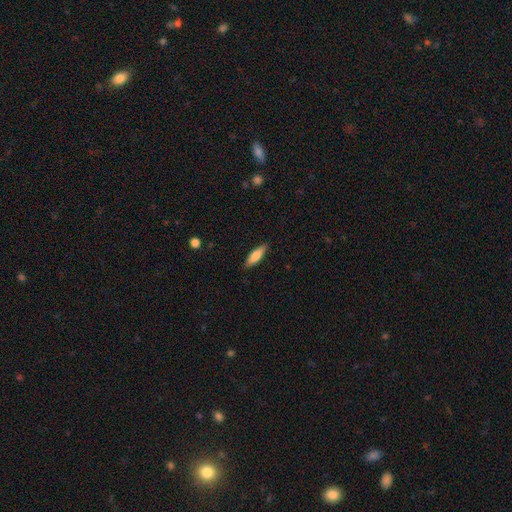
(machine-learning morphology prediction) type=smooth (80%); roundness=cigar-shaped (52%); merging=none (87%).